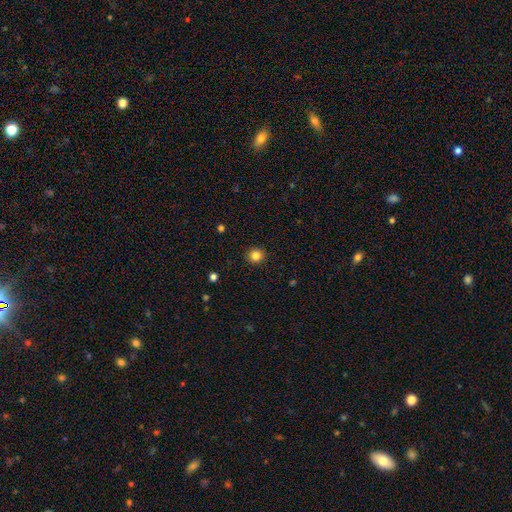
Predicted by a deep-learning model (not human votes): Smooth or featured?
  - smooth: 83% *
  - star or artifact: 12%
  - featured or disk: 5%
How rounded?
  - round: 92% *
  - in between: 8%
  - cigar-shaped: 1%
Merging?
  - none: 92% *
  - minor disturbance: 6%
  - major disturbance: 2%
  - merger: 1%